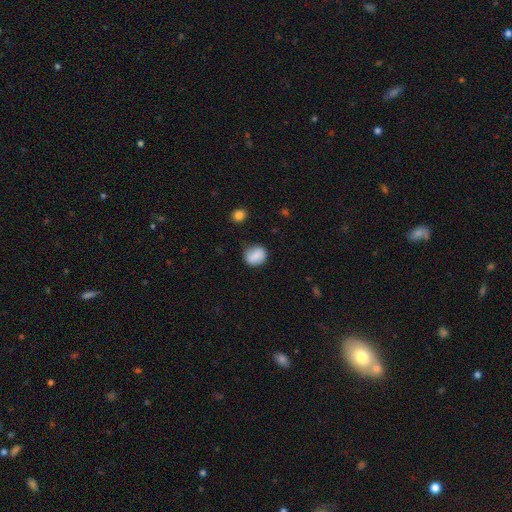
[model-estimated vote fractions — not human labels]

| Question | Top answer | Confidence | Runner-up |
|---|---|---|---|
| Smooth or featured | smooth | 83% | featured or disk (9%) |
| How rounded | round | 72% | in between (27%) |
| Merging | none | 81% | minor disturbance (14%) |